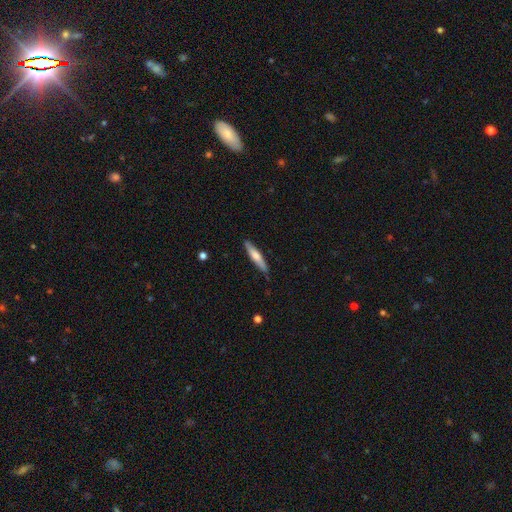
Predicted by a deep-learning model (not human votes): Overall: smooth (54%; featured or disk 41%). How rounded: cigar-shaped (90%). Merging: none (87%).